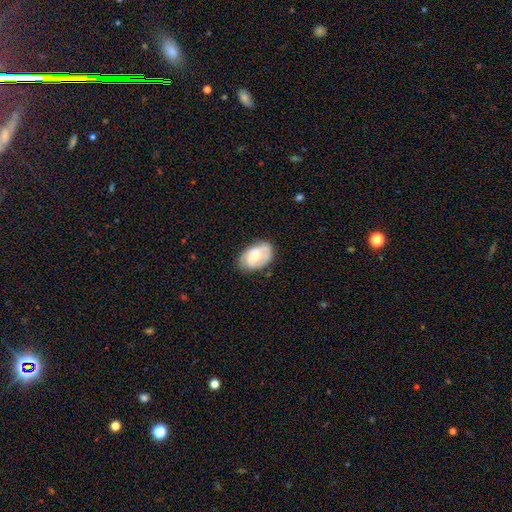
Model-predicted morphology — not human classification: smooth_or_featured: smooth (p=0.48) [alt: featured or disk p=0.45]
merging: none (p=0.67) [alt: minor disturbance p=0.25]